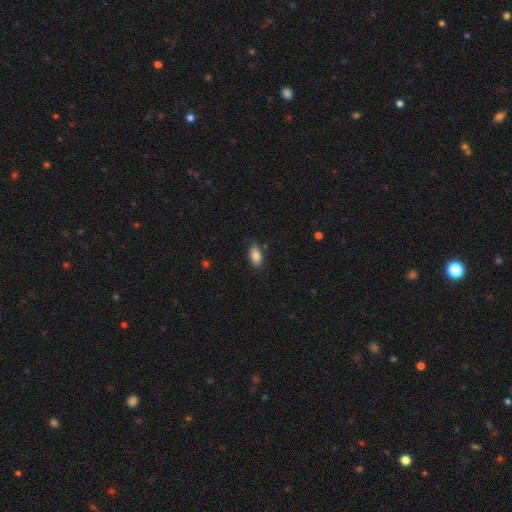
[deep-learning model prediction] Smooth or featured: smooth — 85% (featured or disk — 8%)
How rounded: in between — 92% (round — 4%)
Merging: none — 82% (minor disturbance — 14%)